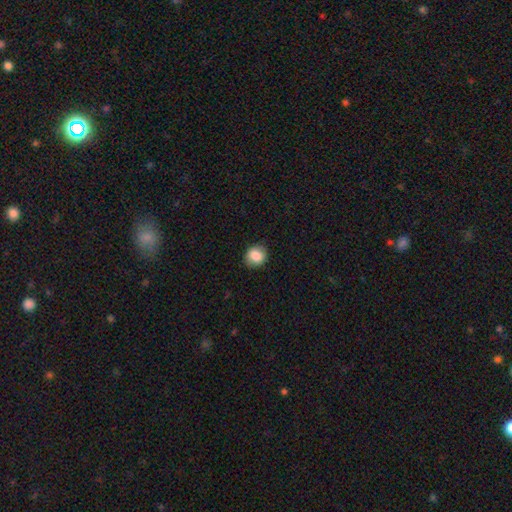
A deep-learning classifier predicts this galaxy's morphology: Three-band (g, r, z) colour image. It shows a smooth galaxy with no disk features (85%) that is round (77%). Merging: none (86%).